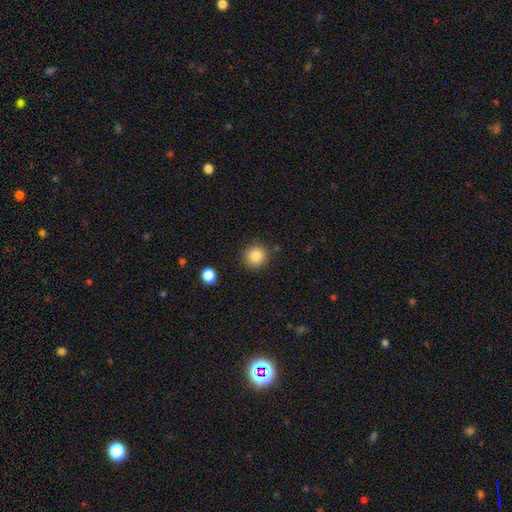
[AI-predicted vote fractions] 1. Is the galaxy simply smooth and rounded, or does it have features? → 86% smooth, 10% star or artifact, 5% featured or disk.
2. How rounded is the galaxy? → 91% round, 8% in between, 1% cigar-shaped.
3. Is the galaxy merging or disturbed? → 87% none, 8% minor disturbance, 3% major disturbance, 2% merger.